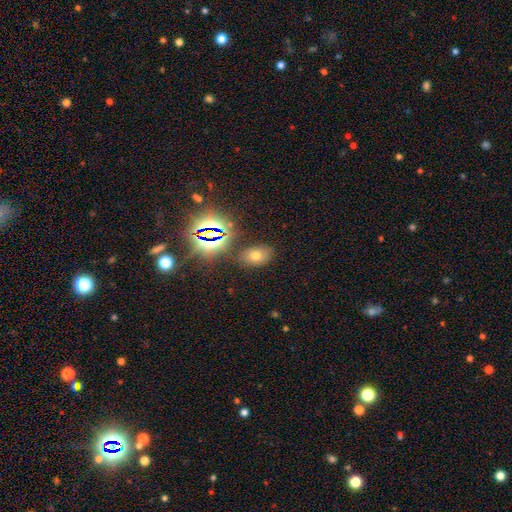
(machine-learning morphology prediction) This is possibly a smooth galaxy (59%). How rounded: clearly in between (85%). Merging: clearly none (83%).